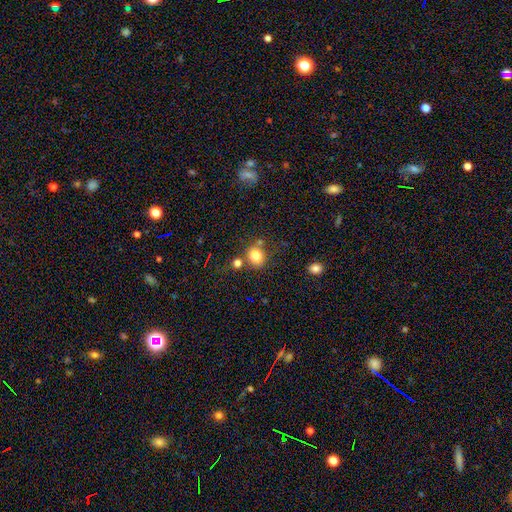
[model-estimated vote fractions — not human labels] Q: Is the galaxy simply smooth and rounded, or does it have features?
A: smooth — 81%.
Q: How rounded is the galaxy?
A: round — 66%.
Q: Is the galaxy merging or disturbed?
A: none — 67%.